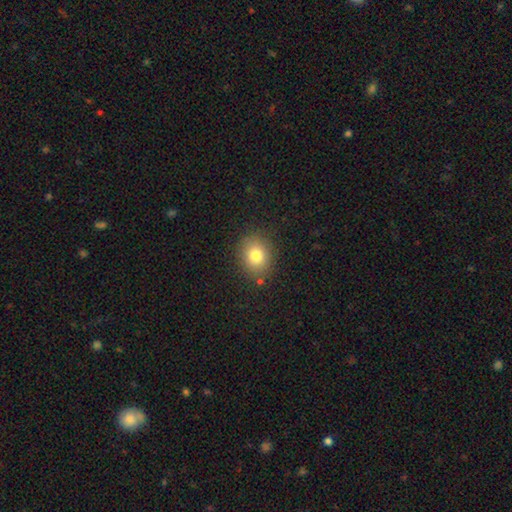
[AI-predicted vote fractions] Smooth or featured: smooth — 79% (star or artifact — 11%)
How rounded: round — 64% (in between — 35%)
Merging: none — 86% (minor disturbance — 9%)